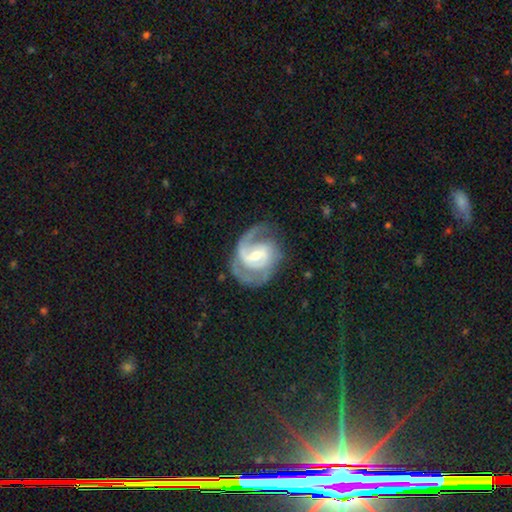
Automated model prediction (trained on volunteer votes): A featured or disk galaxy (89%) with a weak bar (51%), 2 (68%) medium (49%) spiral arms (97%) and a moderate central bulge (51%). Merging: none (68%).